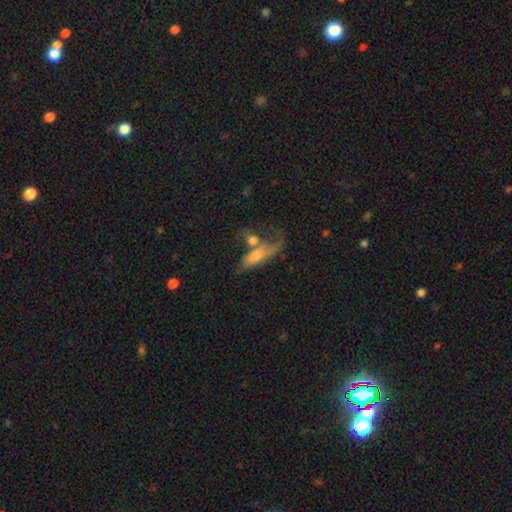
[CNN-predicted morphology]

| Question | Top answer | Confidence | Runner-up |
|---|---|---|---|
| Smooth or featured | smooth | 54% | featured or disk (38%) |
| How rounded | in between | 52% | cigar-shaped (41%) |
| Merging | merger | 41% | none (26%) |